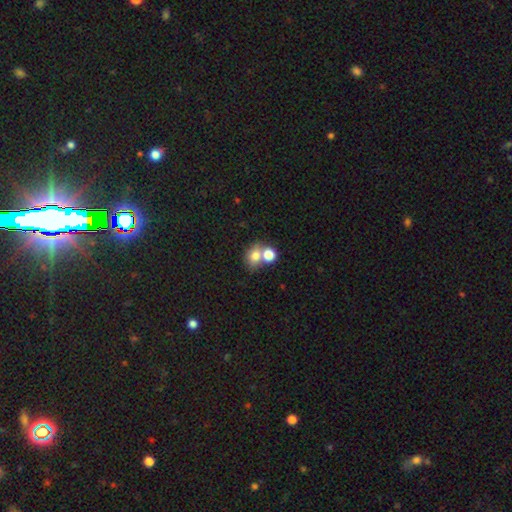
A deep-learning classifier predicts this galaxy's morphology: Smooth or featured?
  - smooth: 76% *
  - featured or disk: 12%
  - star or artifact: 12%
How rounded?
  - round: 63% *
  - in between: 36%
  - cigar-shaped: 1%
Merging?
  - merger: 50% *
  - none: 38%
  - minor disturbance: 8%
  - major disturbance: 4%